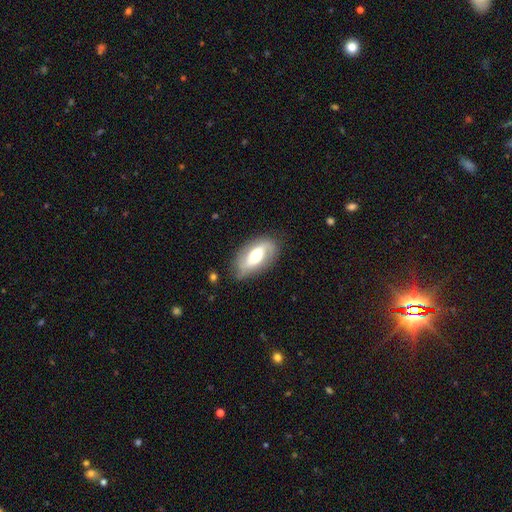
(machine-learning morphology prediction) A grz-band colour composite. It shows a featured or disk galaxy (61%) with no bar (36%, tied with weak), spiral arms (72%) and a moderate central bulge (58%). Merging: none (74%).